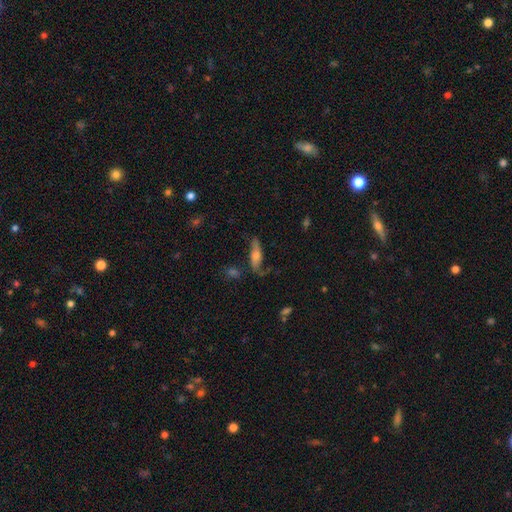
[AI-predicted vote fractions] Smooth or featured?
  - featured or disk: 50% *
  - smooth: 42%
  - star or artifact: 8%
Edge-on disk?
  - no: 52% *
  - yes: 48%
Merging?
  - none: 59% *
  - minor disturbance: 24%
  - major disturbance: 13%
  - merger: 4%